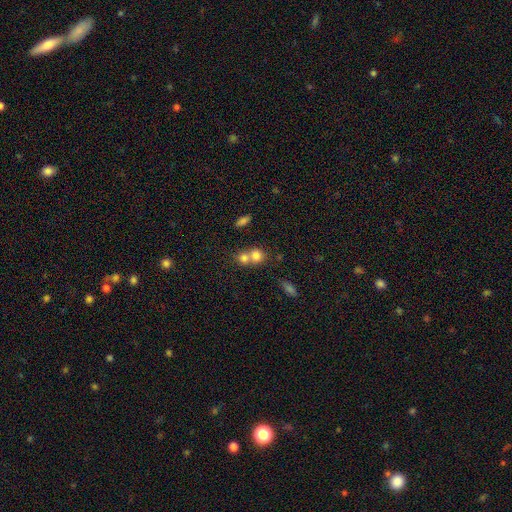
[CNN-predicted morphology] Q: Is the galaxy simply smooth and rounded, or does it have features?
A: smooth — 77%.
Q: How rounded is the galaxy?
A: round — 74%.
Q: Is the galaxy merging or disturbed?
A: merger — 58%.